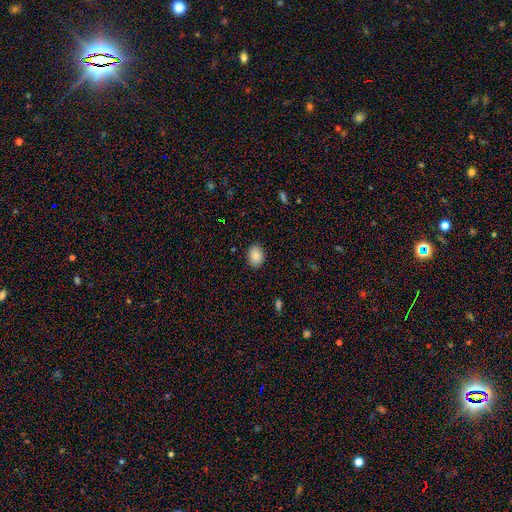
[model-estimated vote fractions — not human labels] Morphology: type=smooth (86%); roundness=in between (69%); merging=none (88%).